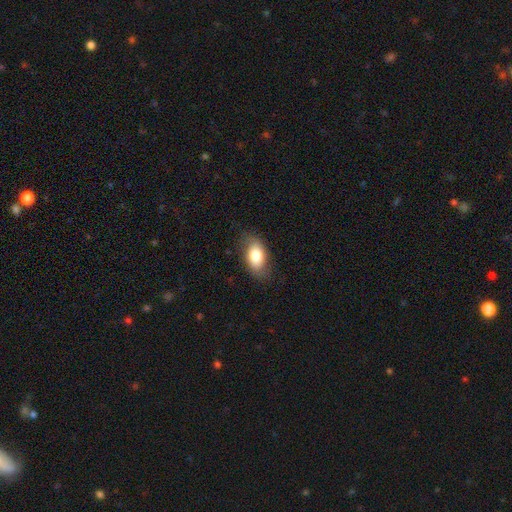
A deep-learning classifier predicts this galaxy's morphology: Q: Smooth or featured?
A: smooth (76%); runner-up: featured or disk (17%)
Q: How rounded?
A: in between (91%); runner-up: round (7%)
Q: Merging?
A: none (77%); runner-up: minor disturbance (17%)